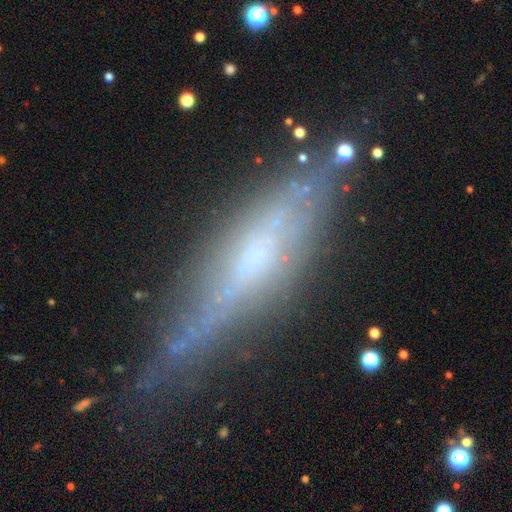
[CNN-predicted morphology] Smooth or featured? Predicted: featured or disk (p=0.66). Edge-on disk? Predicted: yes (p=0.84). Edge-on bulge? Predicted: rounded (p=0.44). Merging? Predicted: none (p=0.67).